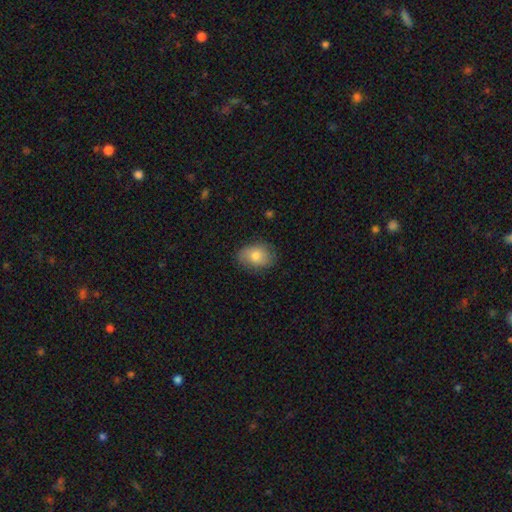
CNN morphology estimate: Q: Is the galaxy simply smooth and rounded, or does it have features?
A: smooth — 75%.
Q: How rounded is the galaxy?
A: in between — 70%.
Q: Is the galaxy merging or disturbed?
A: none — 77%.